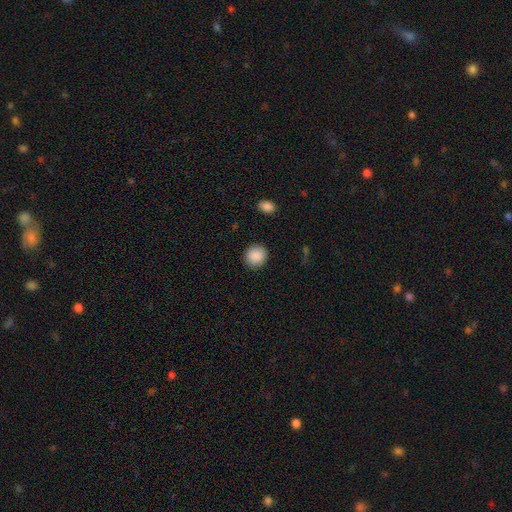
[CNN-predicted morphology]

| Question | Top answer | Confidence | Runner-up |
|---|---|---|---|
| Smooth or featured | smooth | 89% | star or artifact (8%) |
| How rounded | round | 88% | in between (11%) |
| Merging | none | 90% | minor disturbance (6%) |